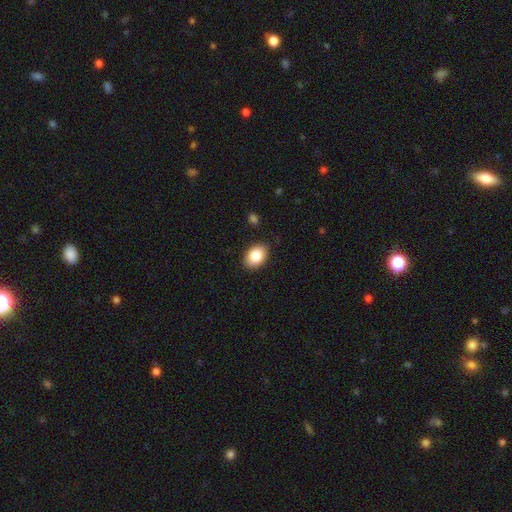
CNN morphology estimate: A smooth galaxy with no disk features (85%) that is in between round and cigar-shaped (83%). Merging: none (86%).